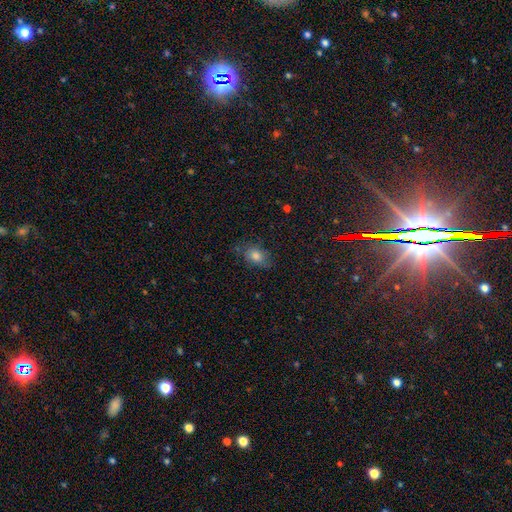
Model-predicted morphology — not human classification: Overall: smooth (75%). How rounded: in between (76%). Merging: none (70%).